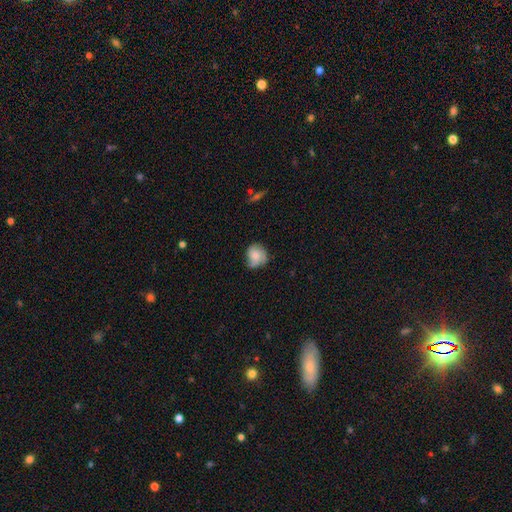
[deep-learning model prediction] A smooth galaxy with no disk features (47%).

Vote fractions:
- Smooth or featured? smooth: 47% / featured or disk: 44% / star or artifact: 8%
- Merging? none: 61% / minor disturbance: 27% / major disturbance: 11% / merger: 2%